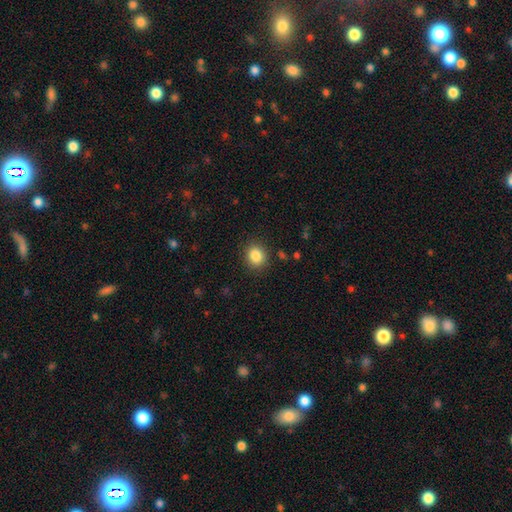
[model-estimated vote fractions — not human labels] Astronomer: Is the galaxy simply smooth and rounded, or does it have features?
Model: smooth — 85%.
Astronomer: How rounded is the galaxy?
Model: round — 71%.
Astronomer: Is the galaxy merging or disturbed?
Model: none — 88%.